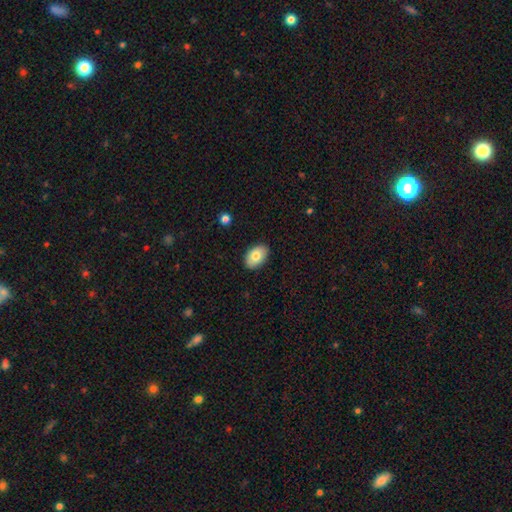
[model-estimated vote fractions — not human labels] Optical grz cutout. It shows a smooth galaxy with no disk features (78%) that is in between round and cigar-shaped (90%). Merging: none (88%).